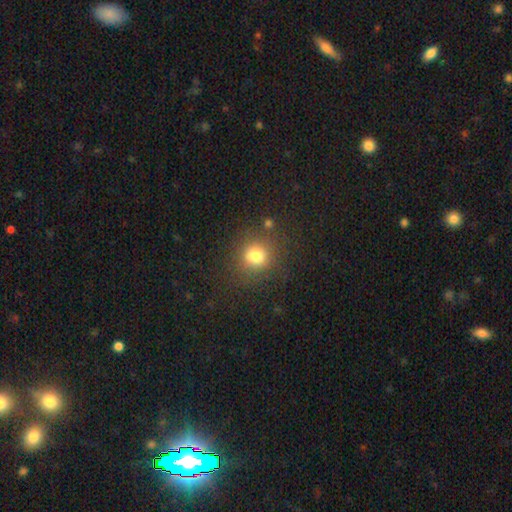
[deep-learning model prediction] smooth 77%, star or artifact 16%, featured or disk 7%. Down the decision tree: how rounded — round (82%); merging — none (79%).